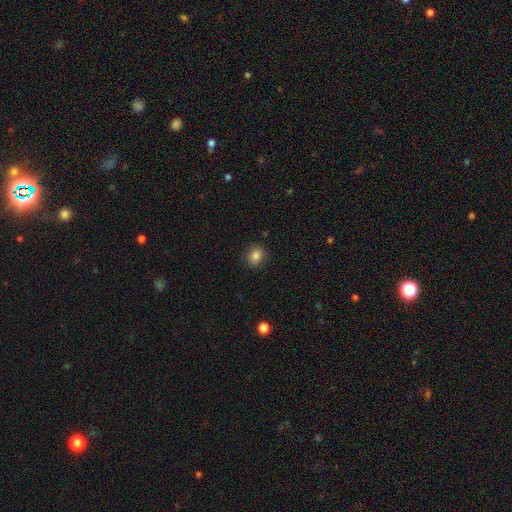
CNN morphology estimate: smooth-or-featured: smooth: 84% | star or artifact: 11% | featured or disk: 5%
  how-rounded: round: 64% | in between: 35% | cigar-shaped: 1%
  merging: none: 88% | minor disturbance: 9% | major disturbance: 2% | merger: 1%